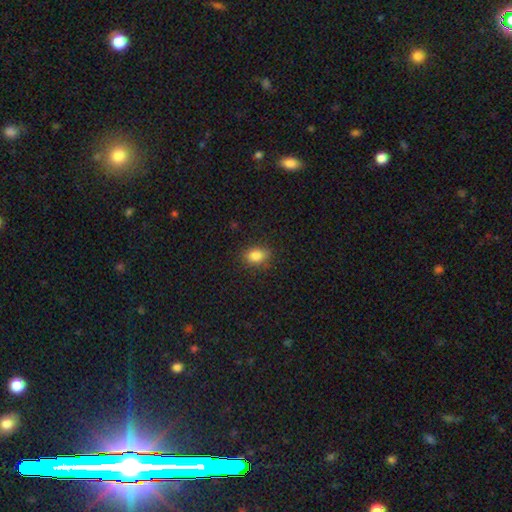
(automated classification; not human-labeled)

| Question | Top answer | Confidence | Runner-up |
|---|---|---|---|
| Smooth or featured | smooth | 84% | star or artifact (11%) |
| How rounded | in between | 72% | round (27%) |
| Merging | none | 83% | minor disturbance (13%) |